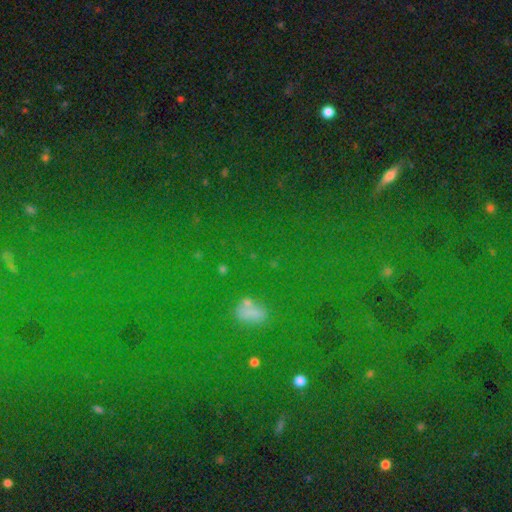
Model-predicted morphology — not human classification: Smooth or featured: star or artifact — 70% (smooth — 21%)